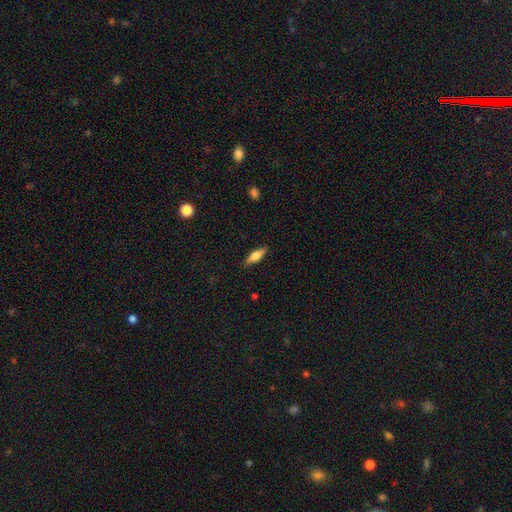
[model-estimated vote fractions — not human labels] Smooth or featured? smooth (56%)
How rounded? in between (52%)
Merging? none (87%)